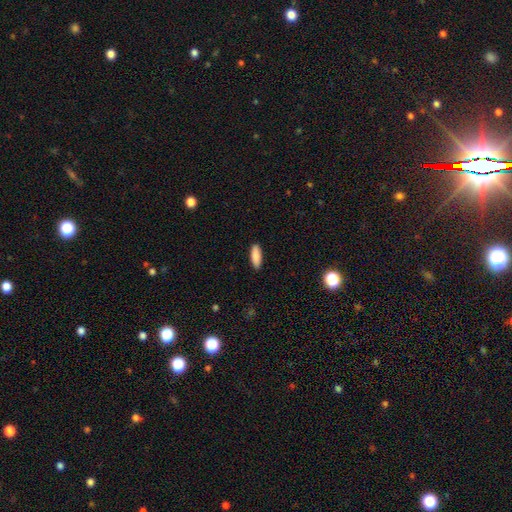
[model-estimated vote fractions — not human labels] Smooth or featured? smooth (87%)
How rounded? in between (59%)
Merging? none (89%)